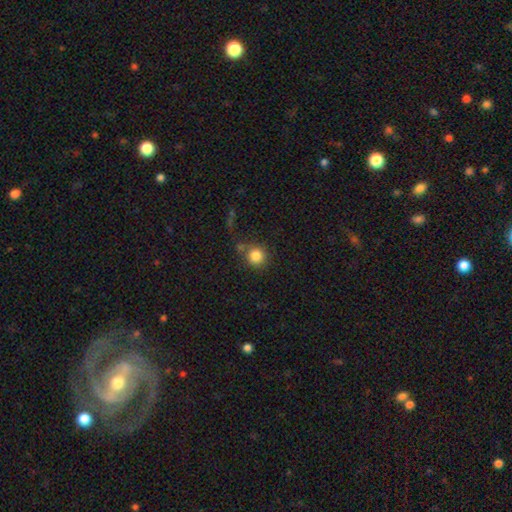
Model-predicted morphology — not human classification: Smooth or featured? smooth (84%)
How rounded? round (91%)
Merging? none (66%)